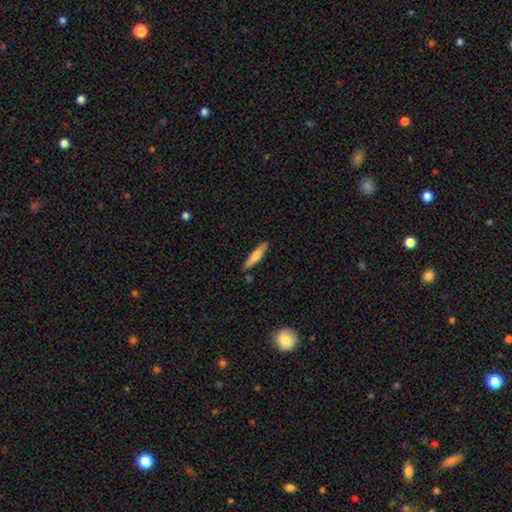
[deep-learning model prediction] Overall: smooth (65%; featured or disk 30%). How rounded: cigar-shaped (89%). Merging: none (86%).